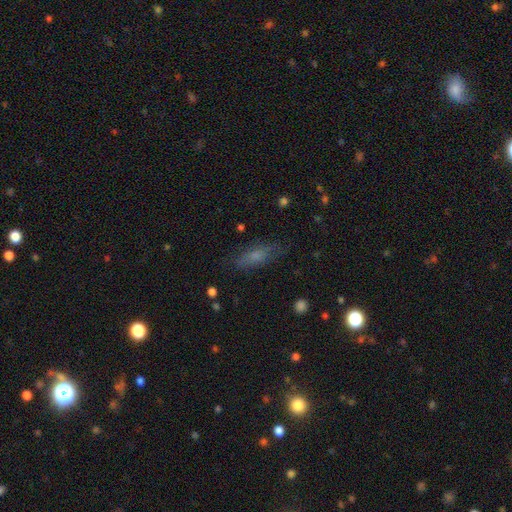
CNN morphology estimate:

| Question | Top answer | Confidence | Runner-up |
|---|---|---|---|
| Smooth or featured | smooth | 58% | featured or disk (28%) |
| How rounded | in between | 55% | cigar-shaped (41%) |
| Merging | none | 75% | minor disturbance (17%) |